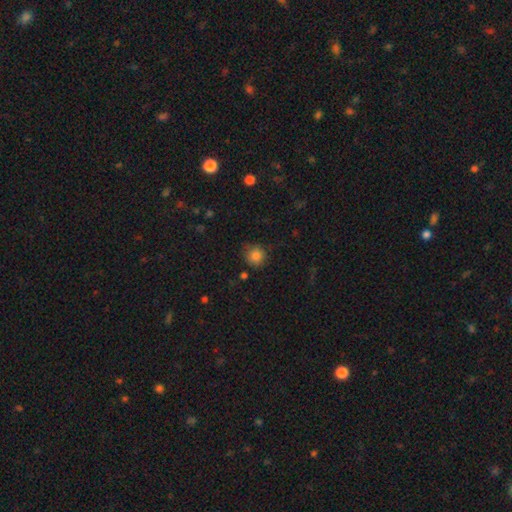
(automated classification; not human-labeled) Morphology: type=smooth (83%); roundness=round (91%); merging=none (80%).